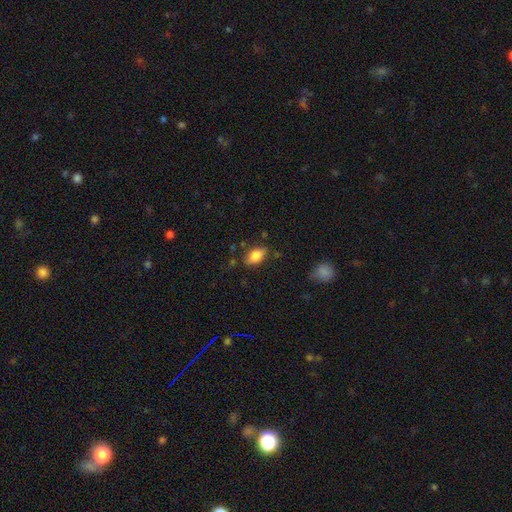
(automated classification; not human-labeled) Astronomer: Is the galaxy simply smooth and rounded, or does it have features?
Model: smooth — 83%.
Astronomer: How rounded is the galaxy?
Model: in between — 89%.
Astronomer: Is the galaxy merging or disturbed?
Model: none — 75%.